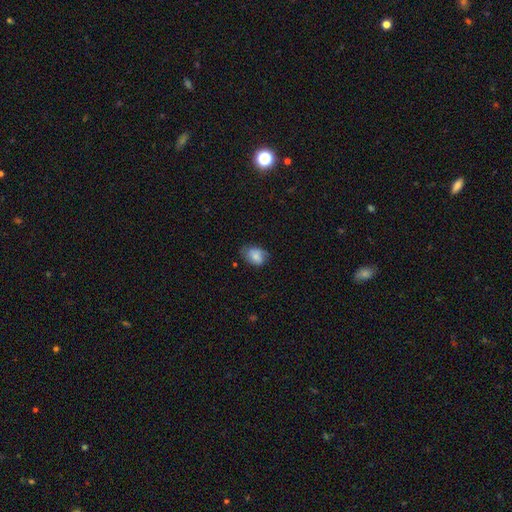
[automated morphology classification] Smooth or featured?
  - smooth: 76% *
  - featured or disk: 16%
  - star or artifact: 8%
How rounded?
  - in between: 74% *
  - round: 25%
  - cigar-shaped: 1%
Merging?
  - none: 58% *
  - minor disturbance: 31%
  - major disturbance: 9%
  - merger: 2%